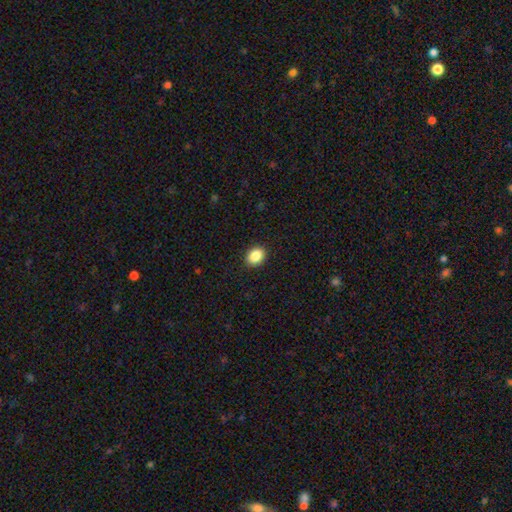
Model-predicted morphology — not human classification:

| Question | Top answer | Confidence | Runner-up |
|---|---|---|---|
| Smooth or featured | smooth | 87% | star or artifact (9%) |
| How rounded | in between | 56% | round (43%) |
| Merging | none | 91% | minor disturbance (7%) |